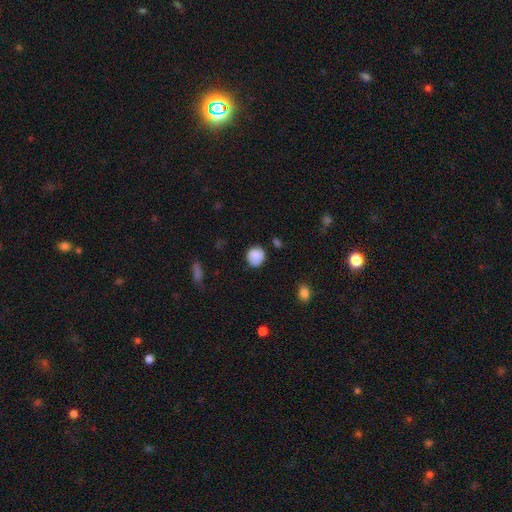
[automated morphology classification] Smooth or featured? Predicted: smooth (p=0.86). How rounded? Predicted: round (p=0.83). Merging? Predicted: none (p=0.79).